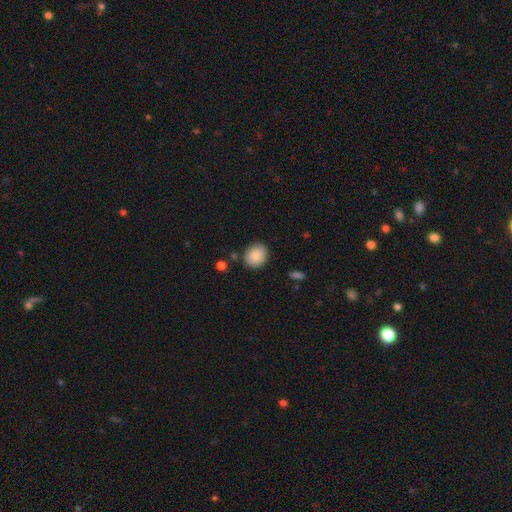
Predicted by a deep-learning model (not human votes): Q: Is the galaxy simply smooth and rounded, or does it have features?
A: smooth — 87%.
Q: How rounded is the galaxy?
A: round — 69%.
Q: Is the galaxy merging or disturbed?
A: none — 85%.